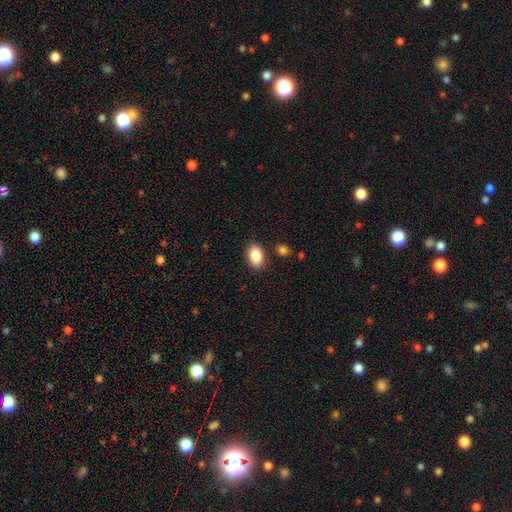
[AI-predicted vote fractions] smooth_or_featured: smooth (p=0.88) [alt: star or artifact p=0.07]
how_rounded: in between (p=0.90) [alt: round p=0.09]
merging: none (p=0.86) [alt: minor disturbance p=0.09]